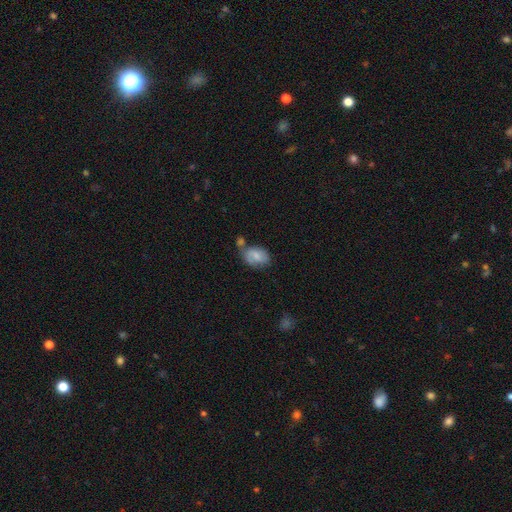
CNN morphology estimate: Overall: smooth (67%). How rounded: in between (81%). Merging: none (40%; merger 27%).